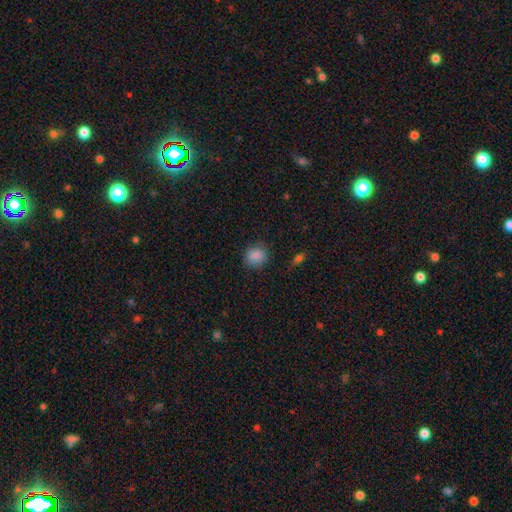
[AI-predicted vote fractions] Q: Smooth or featured?
A: smooth (86%); runner-up: star or artifact (9%)
Q: How rounded?
A: round (75%); runner-up: in between (24%)
Q: Merging?
A: none (81%); runner-up: minor disturbance (14%)